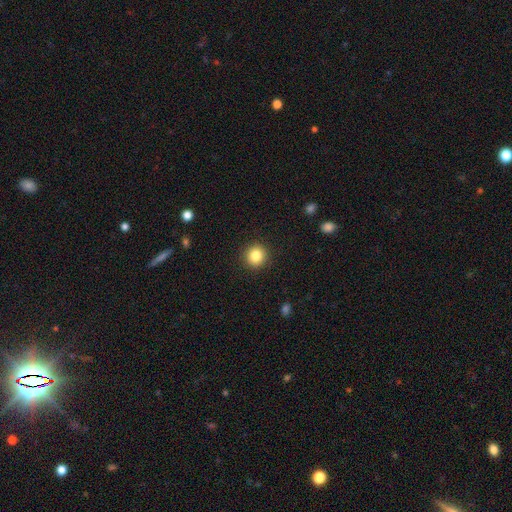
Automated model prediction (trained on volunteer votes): Smooth or featured? Predicted: smooth (p=0.84). How rounded? Predicted: round (p=0.92). Merging? Predicted: none (p=0.92).